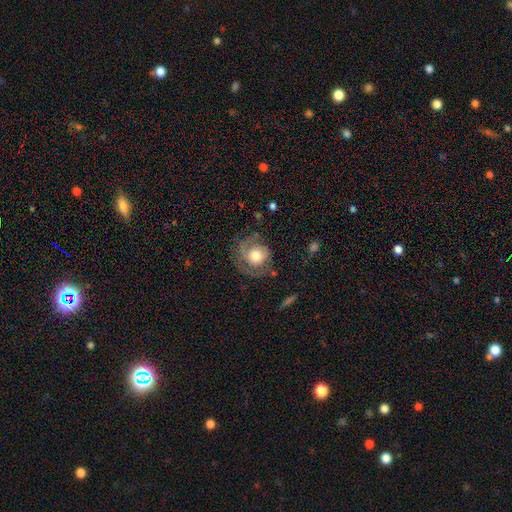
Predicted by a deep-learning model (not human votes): featured or disk 56%, smooth 37%, star or artifact 7%. Down the decision tree: edge-on disk — no (97%); bar — no (82%); spiral arms — yes (79%); bulge size — moderate (57%); merging — none (56%).